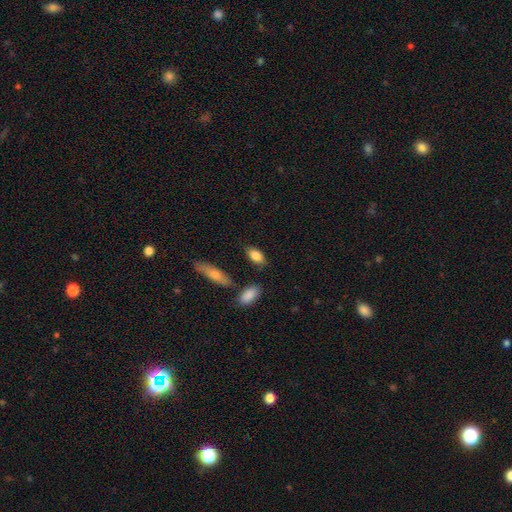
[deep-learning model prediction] A smooth galaxy with no disk features (84%) that is in between round and cigar-shaped (88%).

Vote fractions:
- Smooth or featured? smooth: 84% / featured or disk: 10% / star or artifact: 7%
- How rounded? in between: 88% / cigar-shaped: 7% / round: 5%
- Merging? none: 77% / minor disturbance: 14% / merger: 5% / major disturbance: 4%